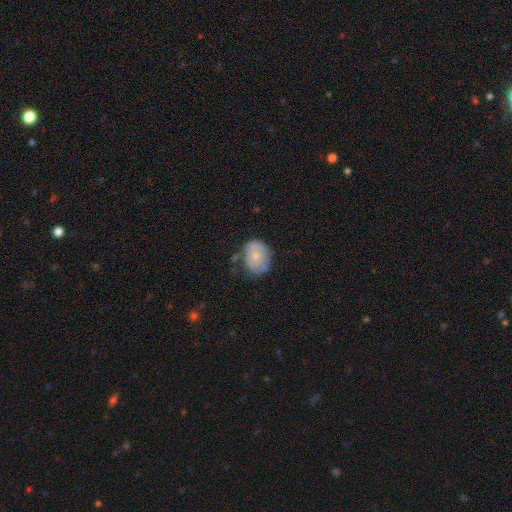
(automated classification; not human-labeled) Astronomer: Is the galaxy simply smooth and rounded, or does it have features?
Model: smooth — 55% (runner-up: featured or disk, 38%).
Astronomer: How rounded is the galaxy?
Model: in between — 50% (runner-up: round, 49%).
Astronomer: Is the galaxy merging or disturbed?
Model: none — 55%.